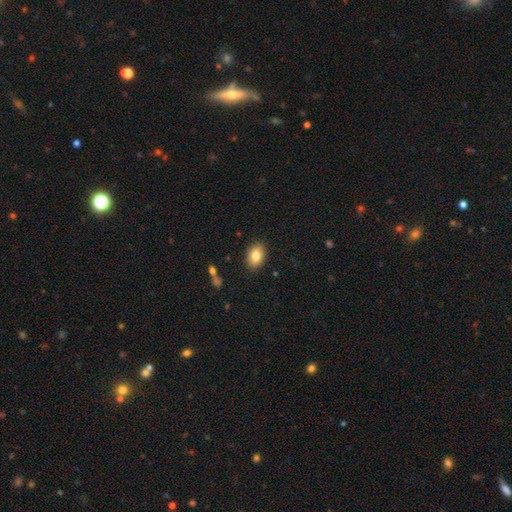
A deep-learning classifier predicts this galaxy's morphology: smooth-or-featured: smooth: 82% | featured or disk: 10% | star or artifact: 8%
  how-rounded: in between: 82% | round: 17% | cigar-shaped: 1%
  merging: none: 88% | minor disturbance: 9% | major disturbance: 2% | merger: 1%